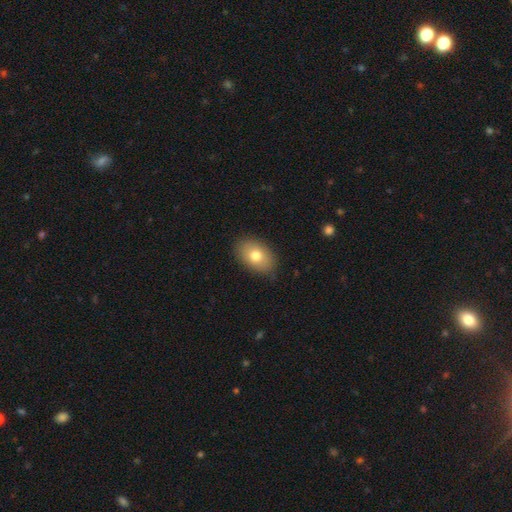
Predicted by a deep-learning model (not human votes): smooth 76%, featured or disk 16%, star or artifact 8%. Down the decision tree: how rounded — in between (87%); merging — none (85%).